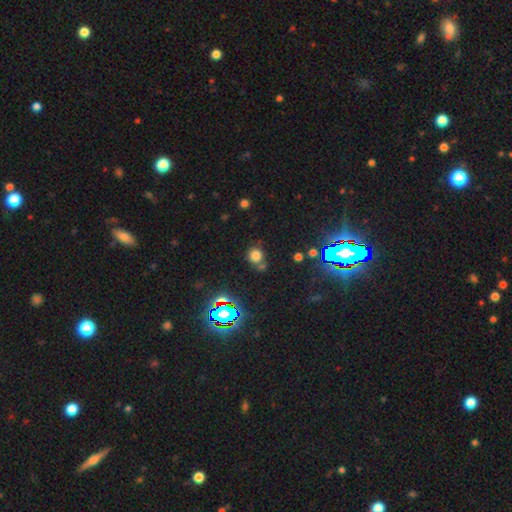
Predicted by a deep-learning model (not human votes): smooth 68%, star or artifact 25%, featured or disk 7%. Down the decision tree: how rounded — round (88%); merging — none (67%).